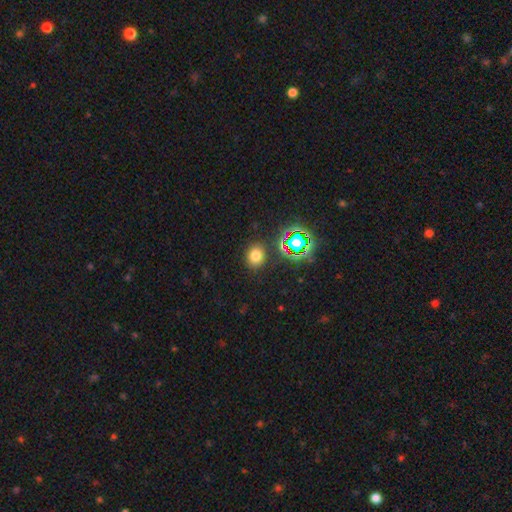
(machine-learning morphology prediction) The model was most divided on "how rounded": round: 63%, in between: 36%, cigar-shaped: 1%. More confident: merging — none (86%); smooth or featured — smooth (71%).